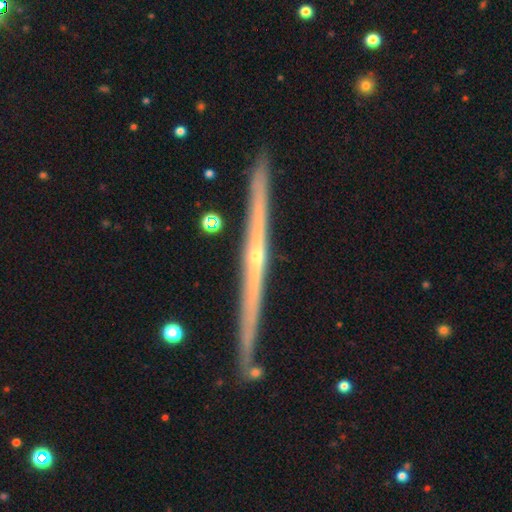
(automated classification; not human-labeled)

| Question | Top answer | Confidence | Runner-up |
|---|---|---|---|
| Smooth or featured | featured or disk | 83% | smooth (10%) |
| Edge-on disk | yes | 98% | no (2%) |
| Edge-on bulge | rounded | 50% | none (46%) |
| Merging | none | 89% | minor disturbance (8%) |